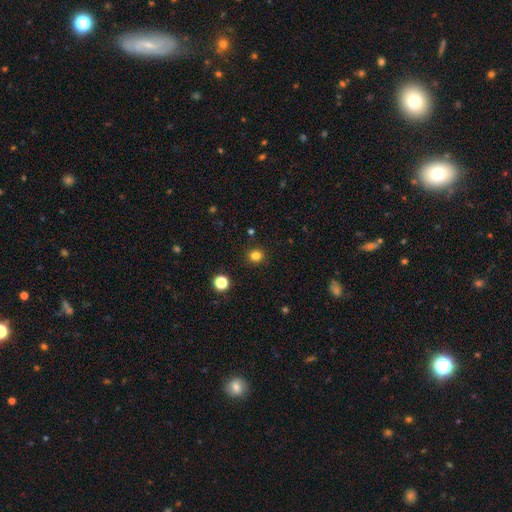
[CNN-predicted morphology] Smooth or featured? smooth (82%)
How rounded? round (91%)
Merging? none (92%)